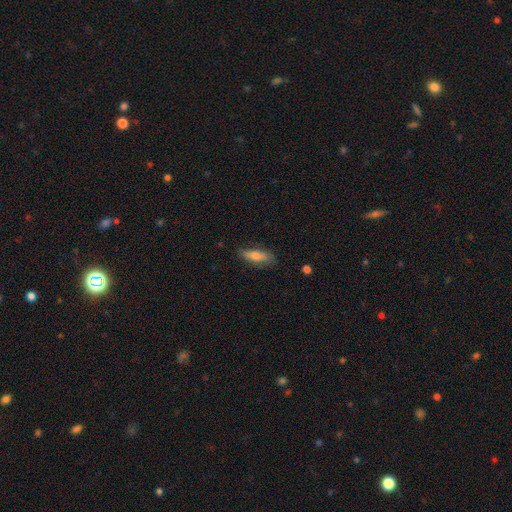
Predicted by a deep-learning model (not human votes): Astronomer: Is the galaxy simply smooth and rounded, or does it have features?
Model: smooth — 64%.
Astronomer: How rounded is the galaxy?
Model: cigar-shaped — 51% (runner-up: in between, 46%).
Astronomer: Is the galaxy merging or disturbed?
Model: none — 79%.